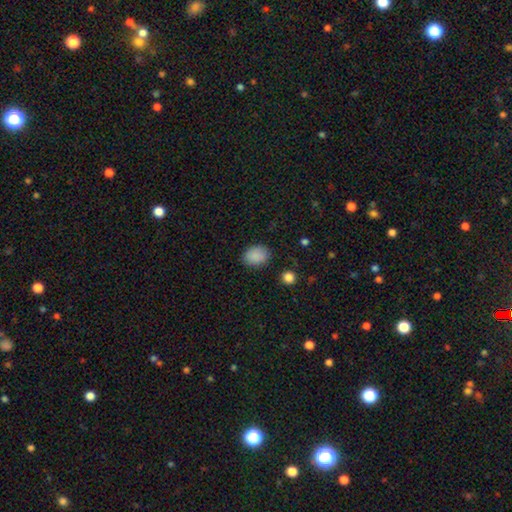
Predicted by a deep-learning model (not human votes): Morphology: type=smooth (88%); roundness=in between (66%); merging=none (86%).